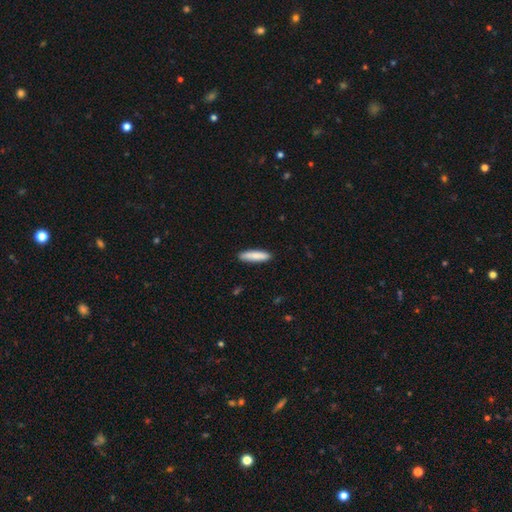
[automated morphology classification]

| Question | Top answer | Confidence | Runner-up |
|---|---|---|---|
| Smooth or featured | smooth | 85% | featured or disk (10%) |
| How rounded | cigar-shaped | 79% | in between (20%) |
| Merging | none | 90% | minor disturbance (7%) |